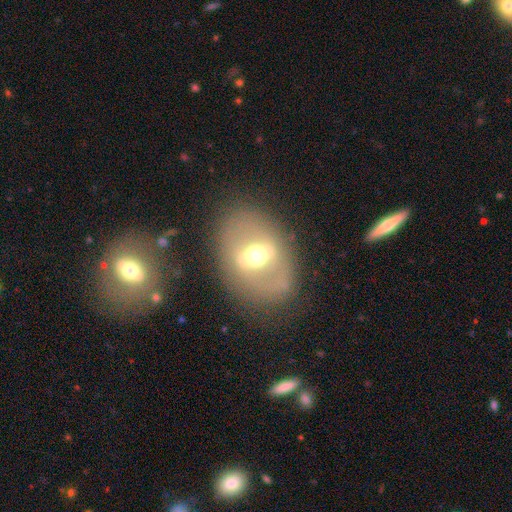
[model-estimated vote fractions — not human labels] A featured or disk galaxy (64%) with a strong bar (54%), no spiral arms (80%) and a moderate central bulge (68%).

Vote fractions:
- Smooth or featured? featured or disk: 64% / smooth: 28% / star or artifact: 9%
- Edge-on disk? no: 85% / yes: 15%
- Bar? strong: 54% / weak: 32% / no: 13%
- Spiral arms? no: 80% / yes: 20%
- Bulge size? moderate: 68% / large: 16% / small: 13% / dominant: 2% / none: 1%
- Merging? none: 80% / minor disturbance: 12% / major disturbance: 7% / merger: 2%